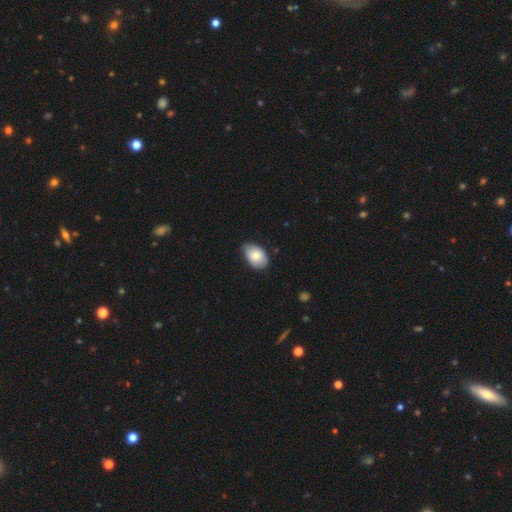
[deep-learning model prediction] Morphology: type=smooth (78%); roundness=in between (87%); merging=none (62%).